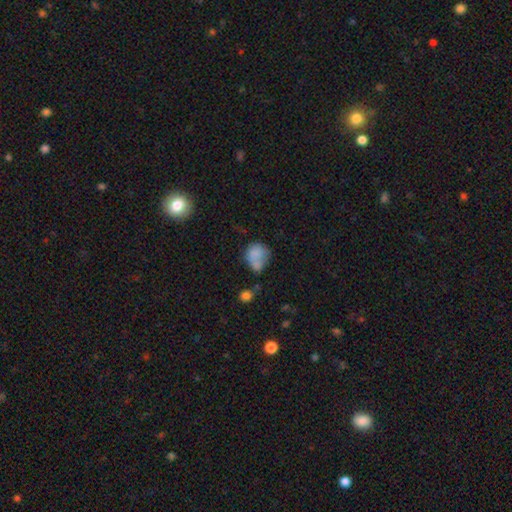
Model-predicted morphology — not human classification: Smooth or featured: smooth — 74% (featured or disk — 16%)
How rounded: round — 61% (in between — 38%)
Merging: none — 33% (merger — 27%)